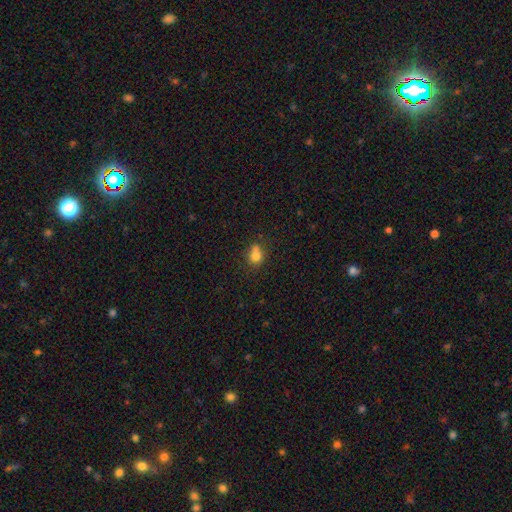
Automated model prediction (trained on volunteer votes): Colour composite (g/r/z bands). It shows a smooth galaxy with no disk features (76%) that is round (54%). Merging: none (43%).